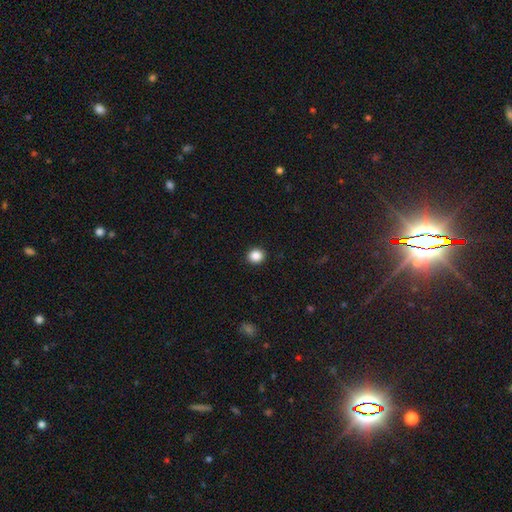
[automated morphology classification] smooth-or-featured: smooth: 87% | star or artifact: 10% | featured or disk: 3%
  how-rounded: round: 86% | in between: 13% | cigar-shaped: 1%
  merging: none: 93% | minor disturbance: 5% | major disturbance: 2% | merger: 1%